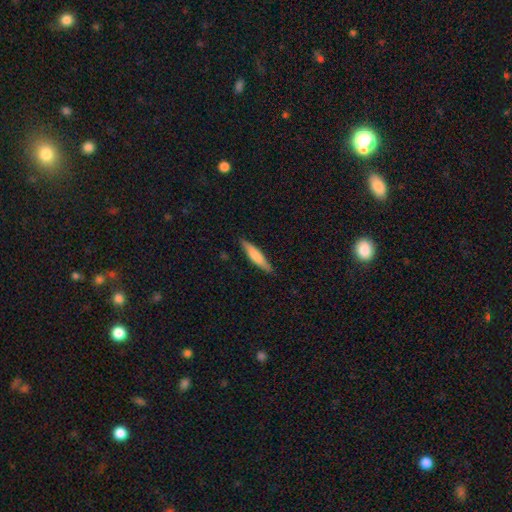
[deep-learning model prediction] smooth 72%, featured or disk 23%, star or artifact 5%. Down the decision tree: how rounded — cigar-shaped (83%); merging — none (86%).